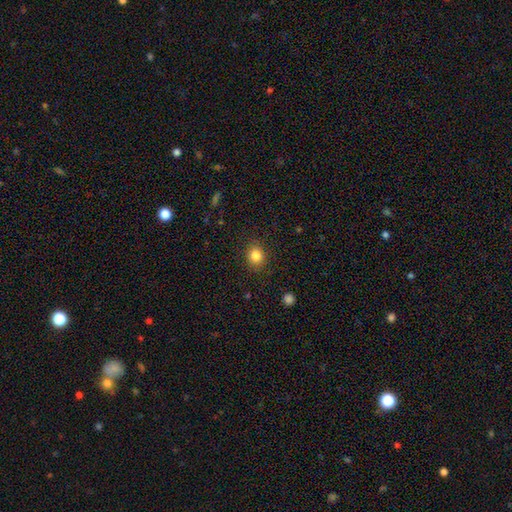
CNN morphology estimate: A smooth galaxy with no disk features (84%) that is round (76%). Merging: none (88%).